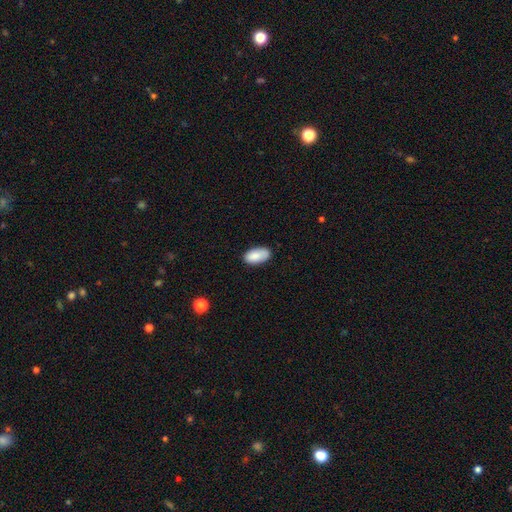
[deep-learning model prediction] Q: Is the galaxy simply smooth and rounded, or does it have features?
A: smooth — 85%.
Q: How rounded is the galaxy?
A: in between — 94%.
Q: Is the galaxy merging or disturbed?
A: none — 77%.